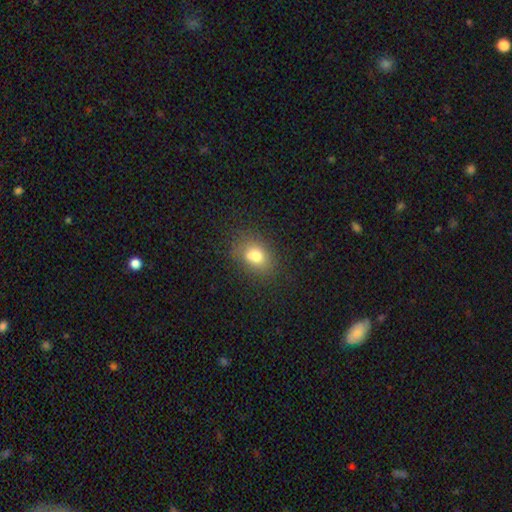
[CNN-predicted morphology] This appears to be a smooth galaxy with no disk features (75%) that is in between round and cigar-shaped (64%). Merging: none (69%).